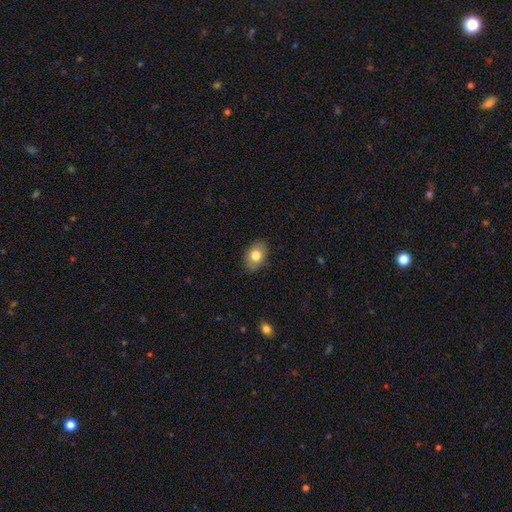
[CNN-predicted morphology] smooth_or_featured: smooth (p=0.79) [alt: featured or disk p=0.13]
how_rounded: in between (p=0.78) [alt: round p=0.21]
merging: none (p=0.83) [alt: minor disturbance p=0.13]